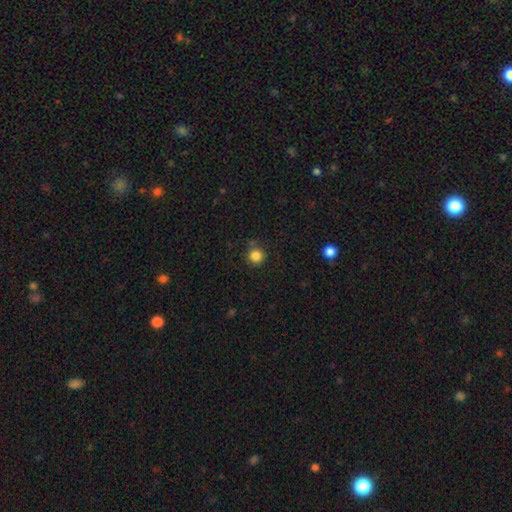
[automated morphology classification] The model was most divided on "smooth or featured": smooth: 84%, star or artifact: 12%, featured or disk: 4%. More confident: how rounded — round (94%); merging — none (84%).